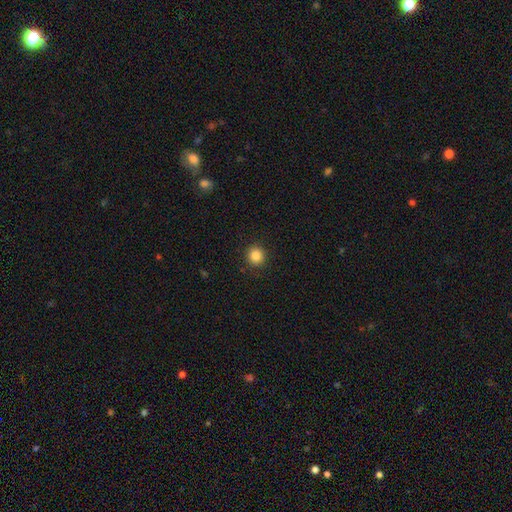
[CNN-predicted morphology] smooth-or-featured: smooth: 85% | star or artifact: 11% | featured or disk: 4%
  how-rounded: round: 93% | in between: 6% | cigar-shaped: 1%
  merging: none: 91% | minor disturbance: 6% | major disturbance: 2% | merger: 1%